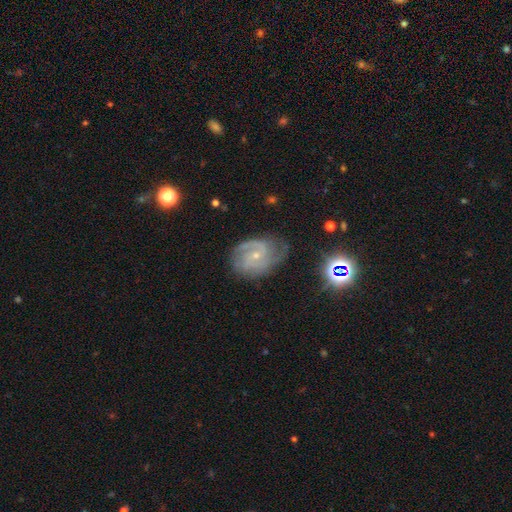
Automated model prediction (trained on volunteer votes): featured or disk 84%, smooth 8%, star or artifact 7%. Down the decision tree: edge-on disk — no (98%); bar — no (54%); spiral arms — yes (96%); spiral arm count — 2 (53%); spiral winding — medium (48%); bulge size — small (74%); merging — none (65%).